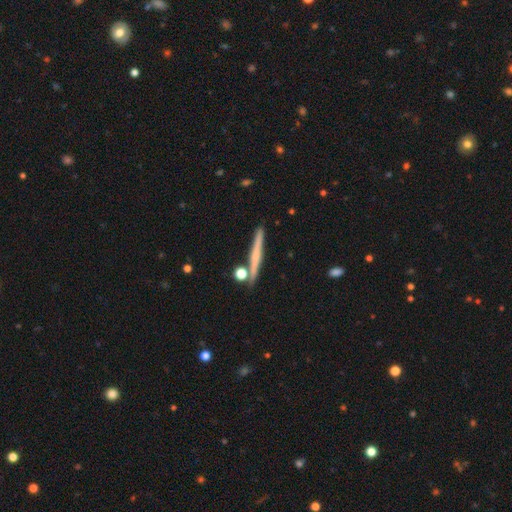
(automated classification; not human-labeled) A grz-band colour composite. It shows a featured or disk galaxy (47%). Merging: none (84%).